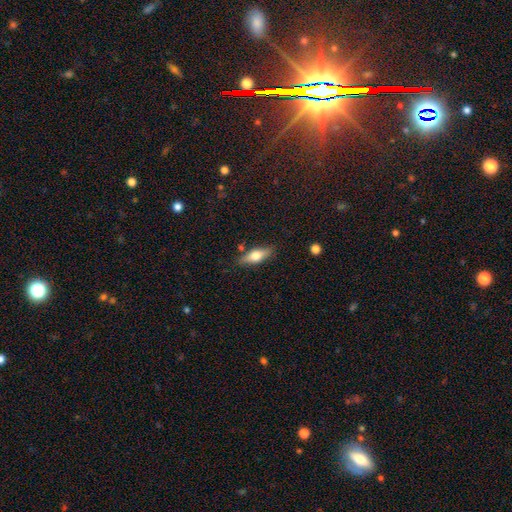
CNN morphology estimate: Smooth or featured: smooth — 59% (featured or disk — 34%)
How rounded: in between — 63% (cigar-shaped — 34%)
Merging: none — 81% (minor disturbance — 13%)